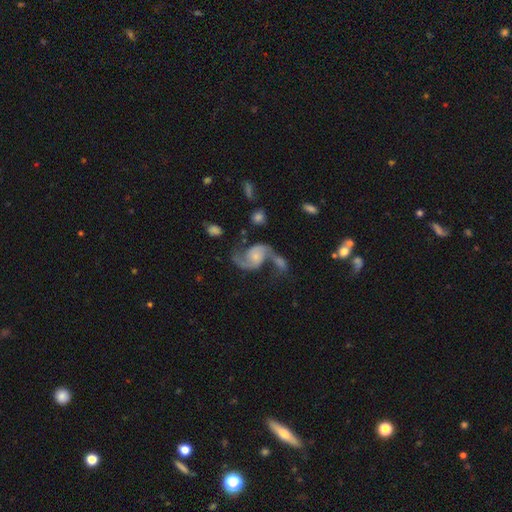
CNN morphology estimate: Q: Smooth or featured?
A: featured or disk (88%); runner-up: smooth (7%)
Q: Edge-on disk?
A: no (98%); runner-up: yes (2%)
Q: Bar?
A: no (63%); runner-up: weak (30%)
Q: Spiral arms?
A: yes (97%); runner-up: no (3%)
Q: Spiral winding?
A: loose (56%); runner-up: medium (36%)
Q: Spiral arm count?
A: 2 (91%); runner-up: 1 (4%)
Q: Bulge size?
A: small (56%); runner-up: moderate (27%)
Q: Merging?
A: none (41%); runner-up: merger (29%)